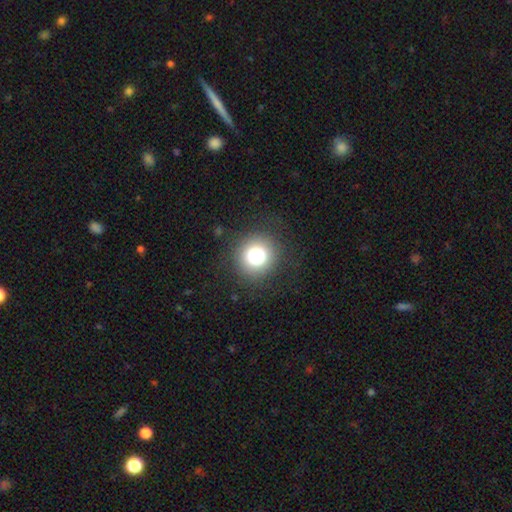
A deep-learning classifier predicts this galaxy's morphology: smooth_or_featured: smooth (p=0.78) [alt: star or artifact p=0.13]
how_rounded: round (p=0.92) [alt: in between p=0.07]
merging: none (p=0.86) [alt: minor disturbance p=0.08]